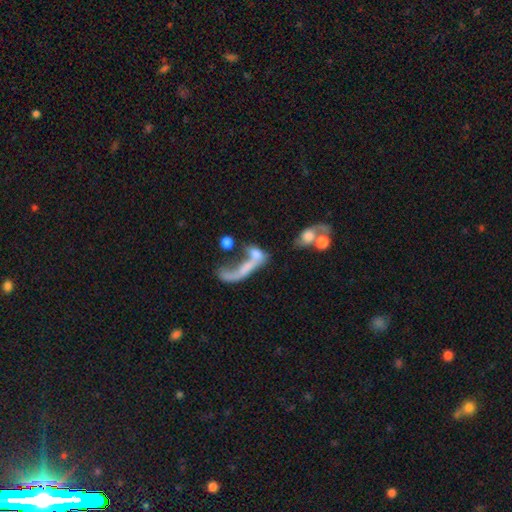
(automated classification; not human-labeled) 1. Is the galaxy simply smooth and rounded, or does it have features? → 47% smooth, 42% featured or disk, 12% star or artifact.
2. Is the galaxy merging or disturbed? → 54% merger, 25% major disturbance, 14% none, 7% minor disturbance.